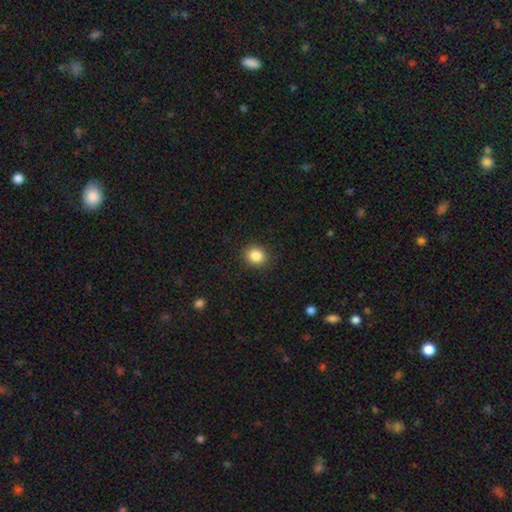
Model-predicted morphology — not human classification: Smooth or featured: smooth — 86% (star or artifact — 10%)
How rounded: round — 81% (in between — 18%)
Merging: none — 90% (minor disturbance — 7%)